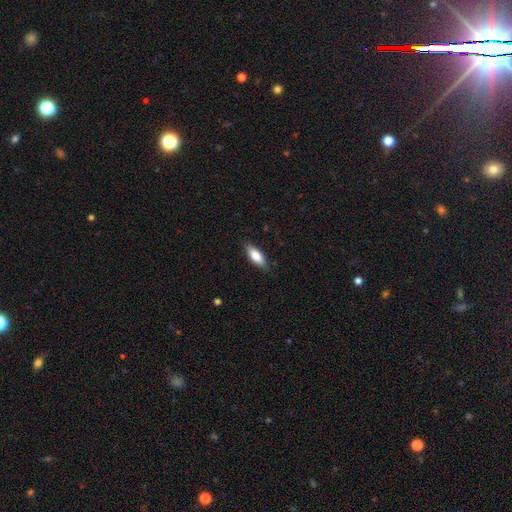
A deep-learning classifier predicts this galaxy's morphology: smooth-or-featured: smooth: 81% | featured or disk: 13% | star or artifact: 6%
  how-rounded: in between: 77% | cigar-shaped: 21% | round: 2%
  merging: none: 84% | minor disturbance: 12% | major disturbance: 2% | merger: 1%